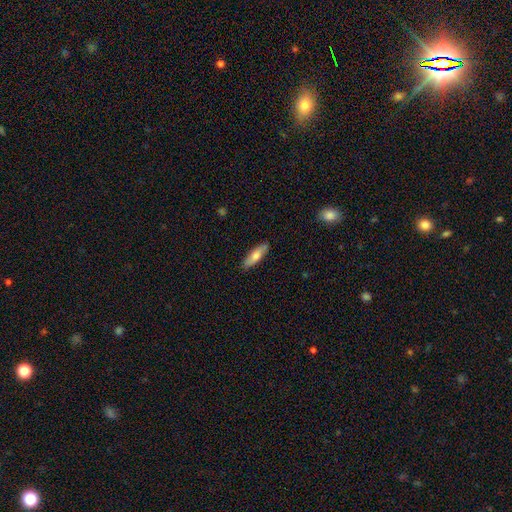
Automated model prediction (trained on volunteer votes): smooth 70%, featured or disk 24%, star or artifact 6%. Down the decision tree: how rounded — cigar-shaped (59%); merging — none (88%).